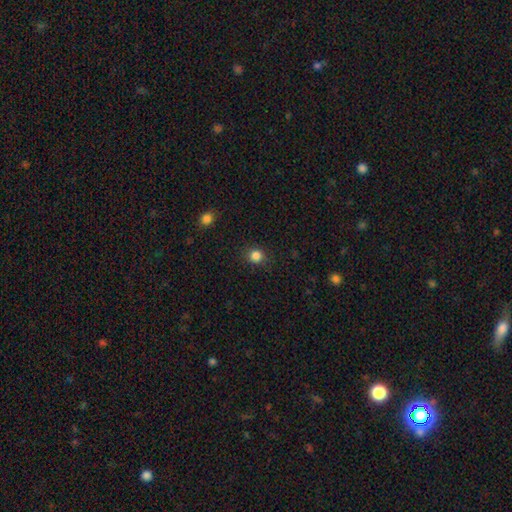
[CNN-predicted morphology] The model was most divided on "smooth or featured": smooth: 84%, star or artifact: 12%, featured or disk: 4%. More confident: merging — none (89%); how rounded — round (87%).